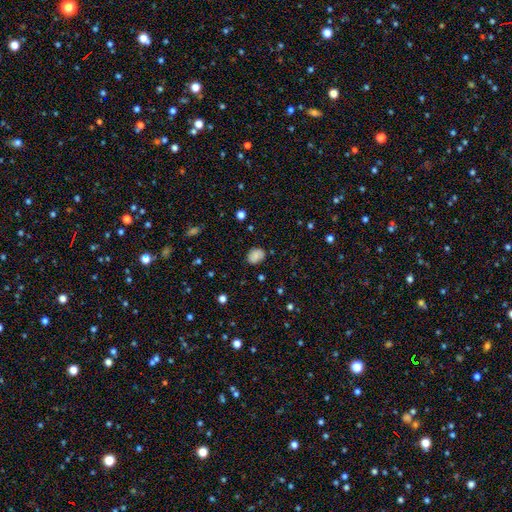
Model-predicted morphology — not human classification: This appears to be a smooth galaxy with no disk features (78%) that is in between round and cigar-shaped (54%). Merging: none (77%).